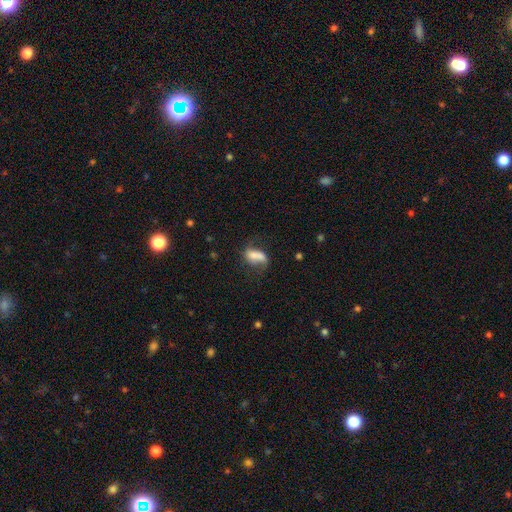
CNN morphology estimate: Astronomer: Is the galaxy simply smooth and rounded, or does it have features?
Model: smooth — 56% (runner-up: featured or disk, 33%).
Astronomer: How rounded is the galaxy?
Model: in between — 82%.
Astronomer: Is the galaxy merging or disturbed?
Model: none — 32% (runner-up: major disturbance, 23%).